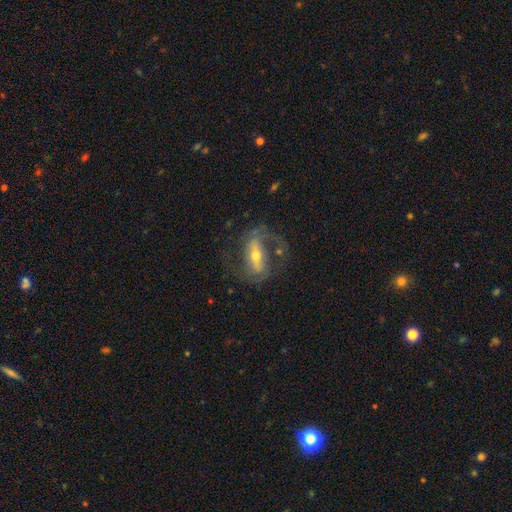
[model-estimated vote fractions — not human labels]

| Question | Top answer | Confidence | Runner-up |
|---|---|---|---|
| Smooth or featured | featured or disk | 79% | smooth (15%) |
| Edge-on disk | no | 87% | yes (13%) |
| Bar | strong | 61% | weak (26%) |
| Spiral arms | yes | 83% | no (17%) |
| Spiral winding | medium | 47% | loose (36%) |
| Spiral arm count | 2 | 83% | can't tell (8%) |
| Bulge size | moderate | 50% | small (43%) |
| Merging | none | 61% | major disturbance (20%) |